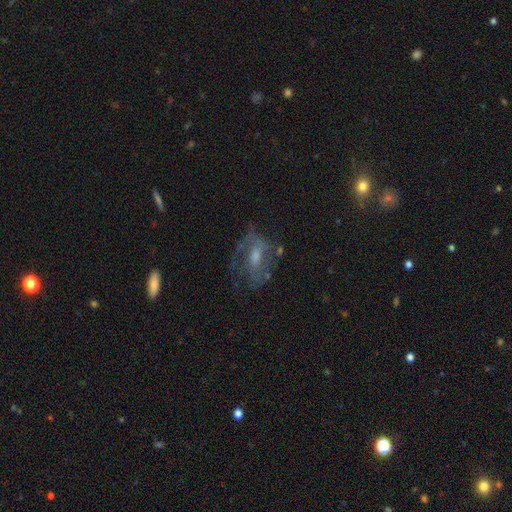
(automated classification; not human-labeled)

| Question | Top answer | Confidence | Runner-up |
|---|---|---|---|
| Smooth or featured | featured or disk | 70% | smooth (17%) |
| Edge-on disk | no | 94% | yes (6%) |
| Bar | weak | 45% | no (41%) |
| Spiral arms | yes | 76% | no (24%) |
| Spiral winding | medium | 46% | tight (29%) |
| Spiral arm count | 2 | 47% | can't tell (31%) |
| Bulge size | moderate | 49% | small (35%) |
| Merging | none | 58% | minor disturbance (20%) |